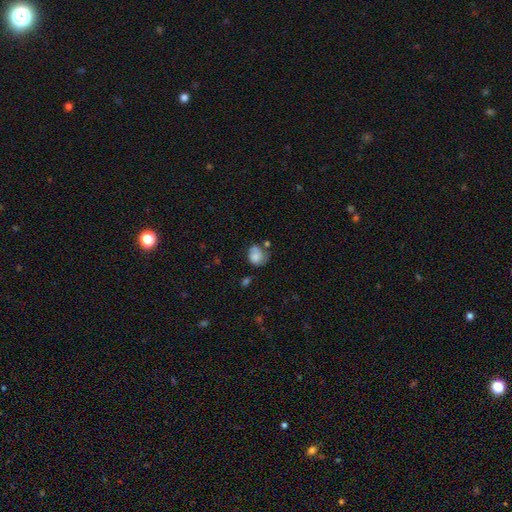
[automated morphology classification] Smooth or featured? smooth (72%)
How rounded? round (61%)
Merging? none (41%)